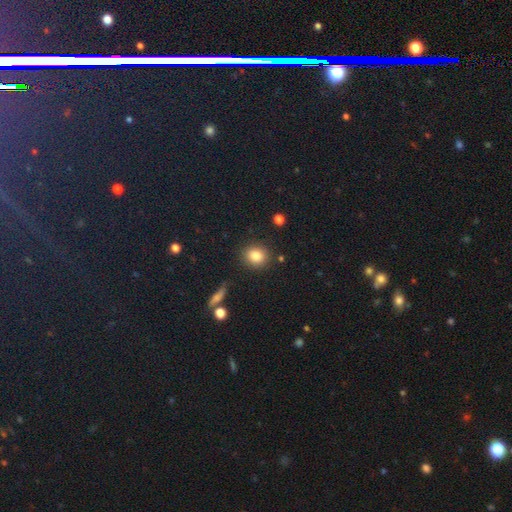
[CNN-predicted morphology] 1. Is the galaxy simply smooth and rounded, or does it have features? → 85% smooth, 9% star or artifact, 6% featured or disk.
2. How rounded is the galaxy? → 69% round, 29% in between, 1% cigar-shaped.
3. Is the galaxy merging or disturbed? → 86% none, 9% minor disturbance, 3% merger, 3% major disturbance.